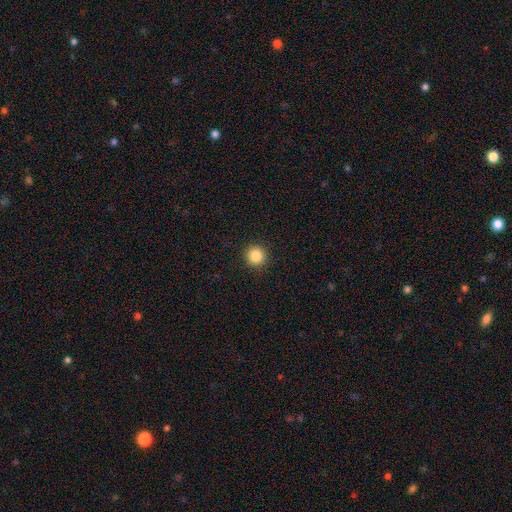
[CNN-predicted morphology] smooth-or-featured: smooth: 86% | star or artifact: 10% | featured or disk: 4%
  how-rounded: round: 95% | in between: 4% | cigar-shaped: 1%
  merging: none: 92% | minor disturbance: 5% | major disturbance: 2% | merger: 1%